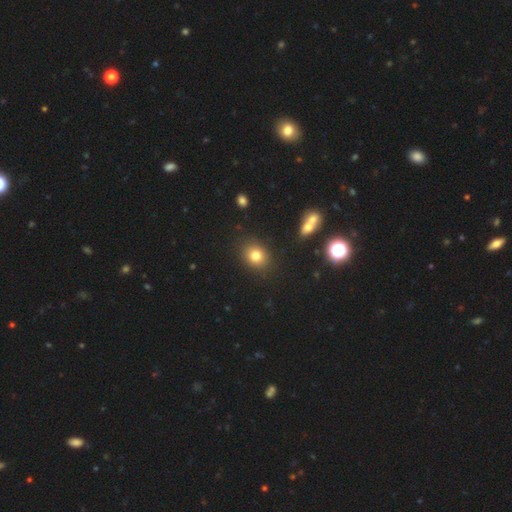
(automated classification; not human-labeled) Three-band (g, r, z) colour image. It shows a smooth galaxy with no disk features (79%) that is round (60%). Merging: none (86%).